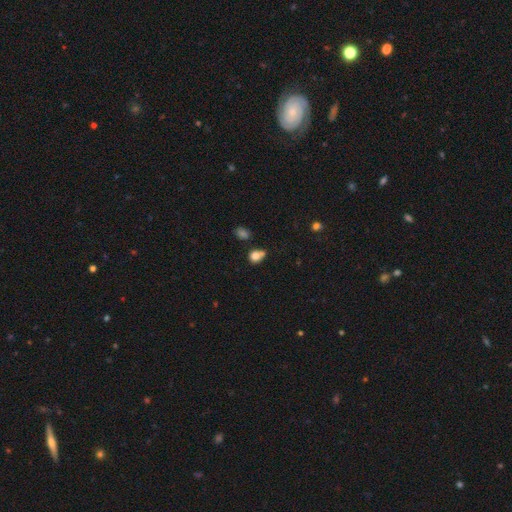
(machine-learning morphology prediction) smooth 80%, star or artifact 12%, featured or disk 8%. Down the decision tree: how rounded — round (66%); merging — none (47%).